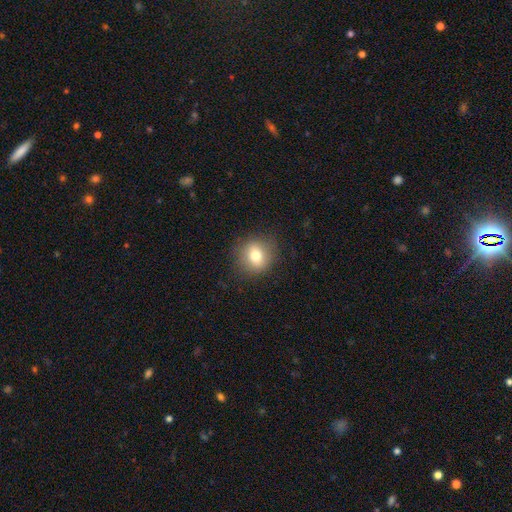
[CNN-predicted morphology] smooth-or-featured: smooth: 75% | featured or disk: 15% | star or artifact: 11%
  how-rounded: round: 82% | in between: 17% | cigar-shaped: 1%
  merging: none: 86% | minor disturbance: 10% | major disturbance: 3% | merger: 1%